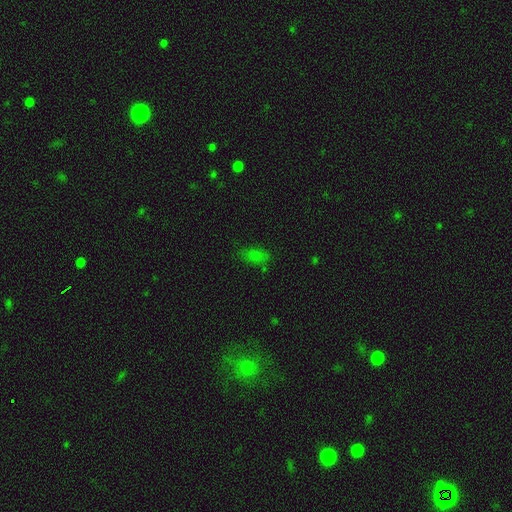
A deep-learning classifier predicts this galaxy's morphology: This is likely a smooth galaxy (74%). How rounded: clearly in between (87%). Merging: likely none (72%).